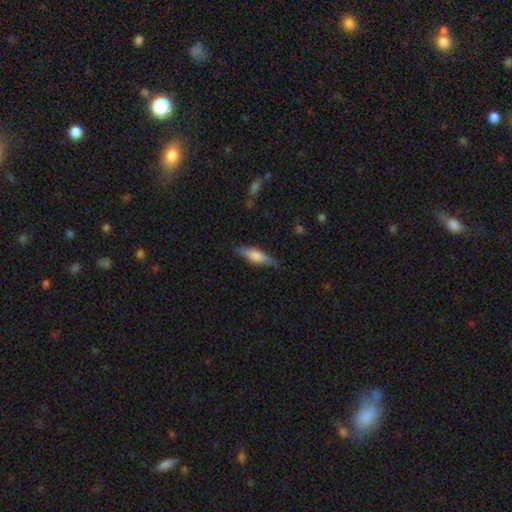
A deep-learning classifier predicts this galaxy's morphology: type=smooth (64%); roundness=cigar-shaped (59%); merging=none (77%).